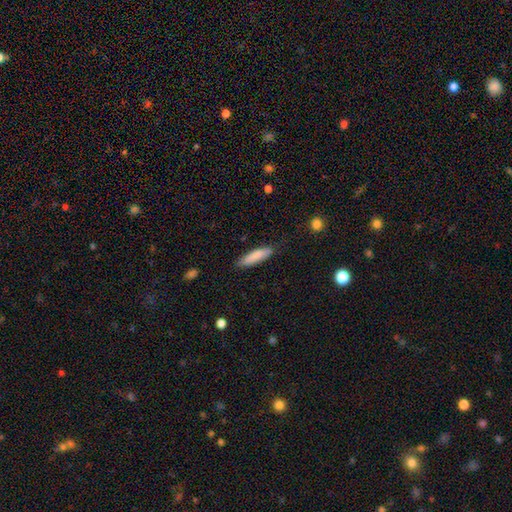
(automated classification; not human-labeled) Smooth or featured?
  - smooth: 84% *
  - featured or disk: 10%
  - star or artifact: 6%
How rounded?
  - cigar-shaped: 72% *
  - in between: 26%
  - round: 1%
Merging?
  - none: 83% *
  - minor disturbance: 14%
  - major disturbance: 2%
  - merger: 1%